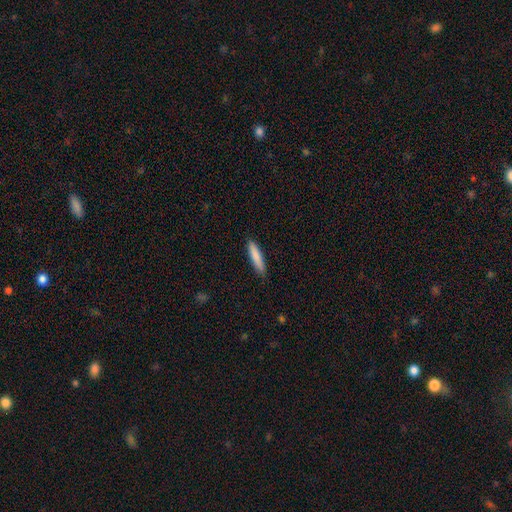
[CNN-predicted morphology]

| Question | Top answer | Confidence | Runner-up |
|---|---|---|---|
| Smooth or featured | smooth | 85% | featured or disk (9%) |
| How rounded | cigar-shaped | 84% | in between (15%) |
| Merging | none | 87% | minor disturbance (10%) |